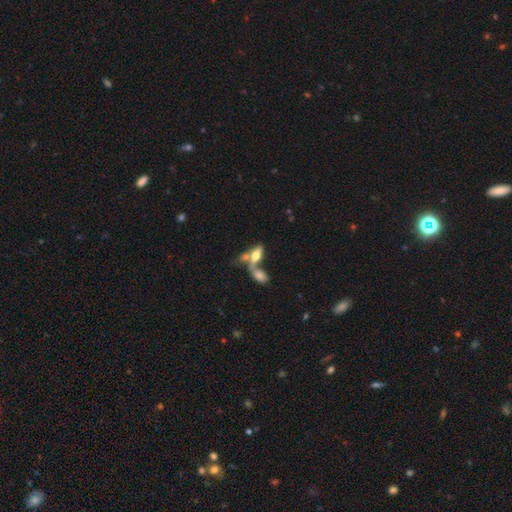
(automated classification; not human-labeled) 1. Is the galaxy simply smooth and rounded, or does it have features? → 51% smooth, 40% featured or disk, 9% star or artifact.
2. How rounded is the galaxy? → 67% in between, 29% cigar-shaped, 4% round.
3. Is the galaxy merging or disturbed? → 56% merger, 28% none, 9% minor disturbance, 7% major disturbance.